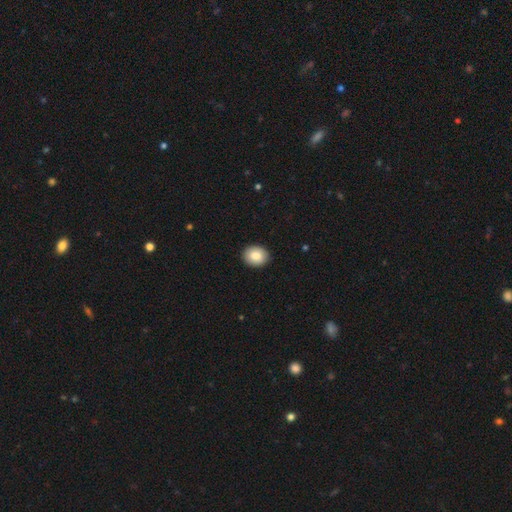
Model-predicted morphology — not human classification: Q: Smooth or featured?
A: smooth (84%); runner-up: featured or disk (8%)
Q: How rounded?
A: round (57%); runner-up: in between (42%)
Q: Merging?
A: none (92%); runner-up: minor disturbance (6%)